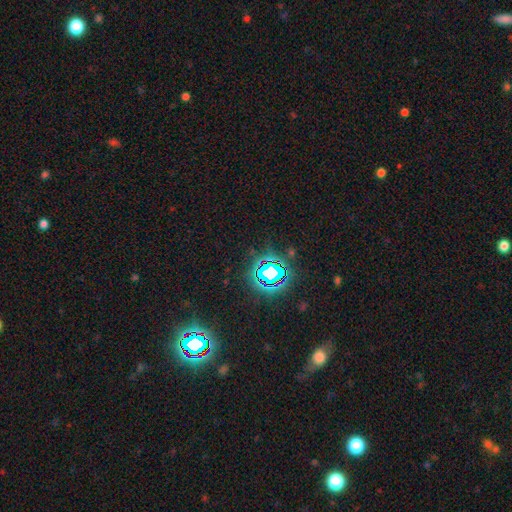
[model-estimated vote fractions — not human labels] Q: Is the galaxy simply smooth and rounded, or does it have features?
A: star or artifact — 80%.